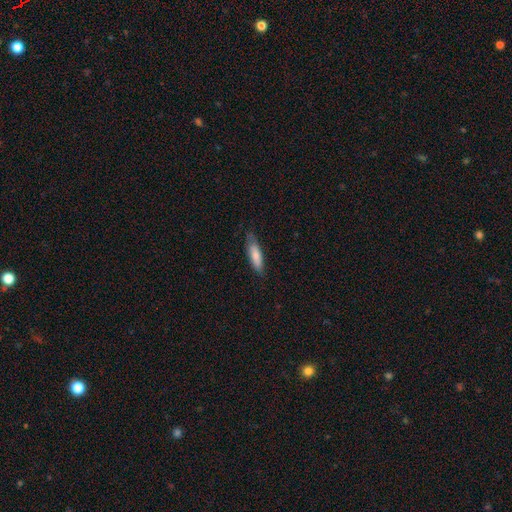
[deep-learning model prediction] A smooth galaxy with no disk features (78%) that is cigar-shaped (59%).

Vote fractions:
- Smooth or featured? smooth: 78% / featured or disk: 16% / star or artifact: 6%
- How rounded? cigar-shaped: 59% / in between: 39% / round: 2%
- Merging? none: 75% / minor disturbance: 20% / major disturbance: 4% / merger: 1%